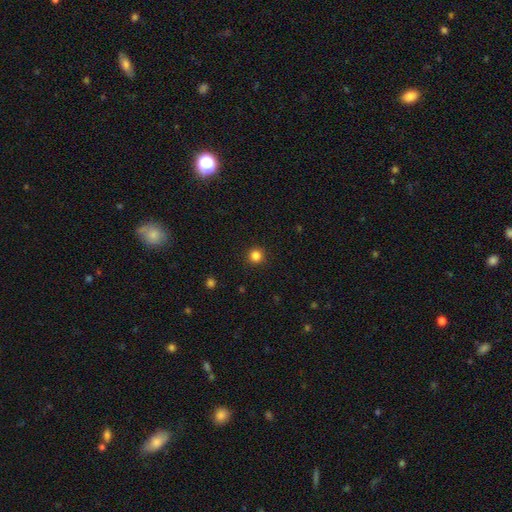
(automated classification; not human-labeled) Smooth or featured? smooth (84%)
How rounded? round (95%)
Merging? none (92%)